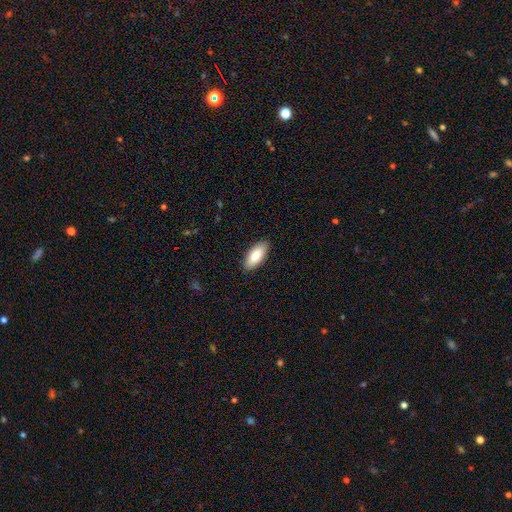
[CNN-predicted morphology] This appears to be a smooth galaxy with no disk features (81%) that is in between round and cigar-shaped (87%). Merging: none (88%).